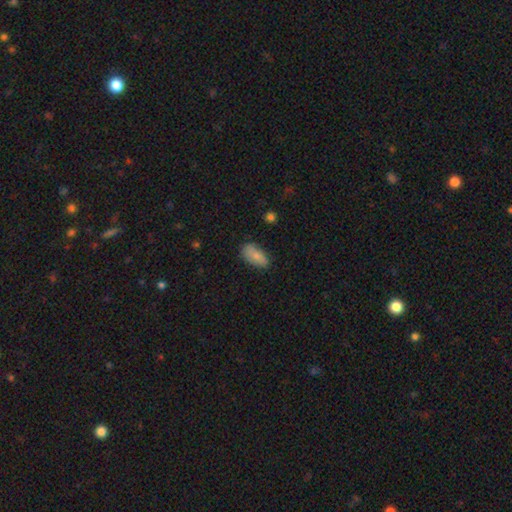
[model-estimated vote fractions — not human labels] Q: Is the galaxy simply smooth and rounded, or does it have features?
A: smooth — 78%.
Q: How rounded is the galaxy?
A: in between — 91%.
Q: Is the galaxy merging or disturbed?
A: none — 72%.